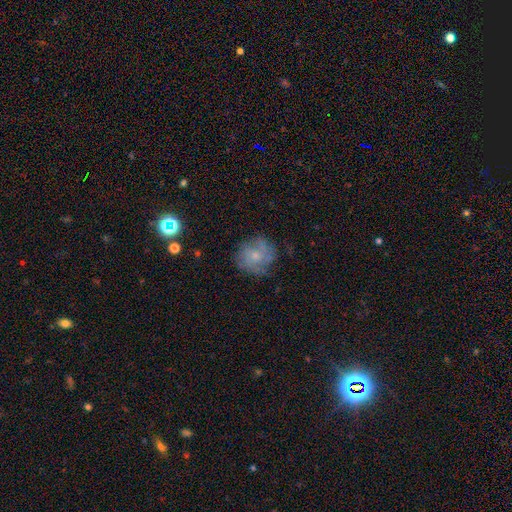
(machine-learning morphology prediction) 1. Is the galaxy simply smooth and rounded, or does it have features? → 52% featured or disk, 38% smooth, 10% star or artifact.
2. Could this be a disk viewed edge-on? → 97% no, 3% yes.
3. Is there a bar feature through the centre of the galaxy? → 80% no, 18% weak, 2% strong.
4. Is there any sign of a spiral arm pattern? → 76% yes, 24% no.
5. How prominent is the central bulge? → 55% small, 33% moderate, 8% none, 2% large, 1% dominant.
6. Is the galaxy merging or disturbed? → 70% none, 20% minor disturbance, 8% major disturbance, 2% merger.